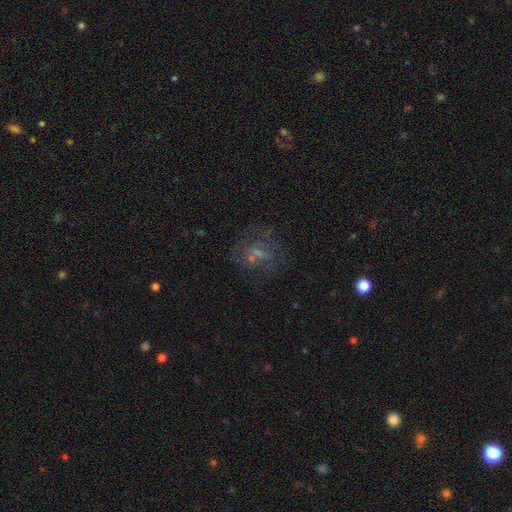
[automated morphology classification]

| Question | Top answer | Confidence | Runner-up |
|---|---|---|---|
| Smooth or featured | featured or disk | 35% | smooth (34%) |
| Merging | none | 57% | major disturbance (20%) |